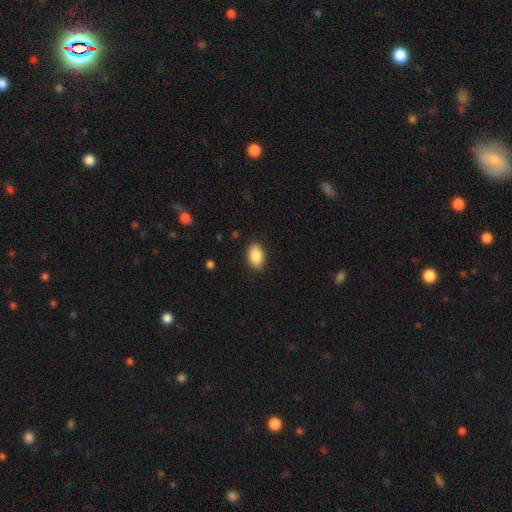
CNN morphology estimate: This appears to be a smooth galaxy with no disk features (88%) that is in between round and cigar-shaped (91%). Merging: none (89%).